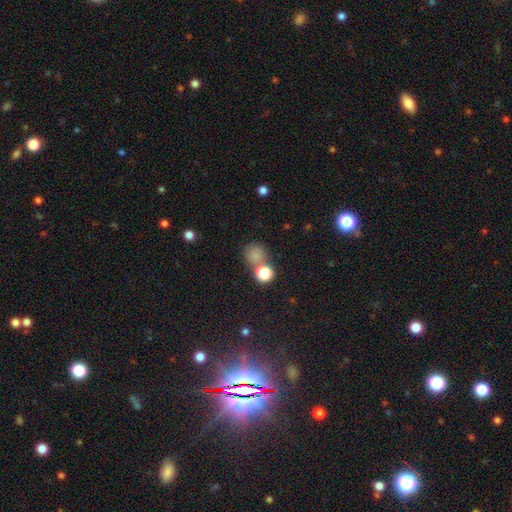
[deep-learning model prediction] This appears to be a smooth galaxy with no disk features (77%) that is round (88%). Merging: none (62%).